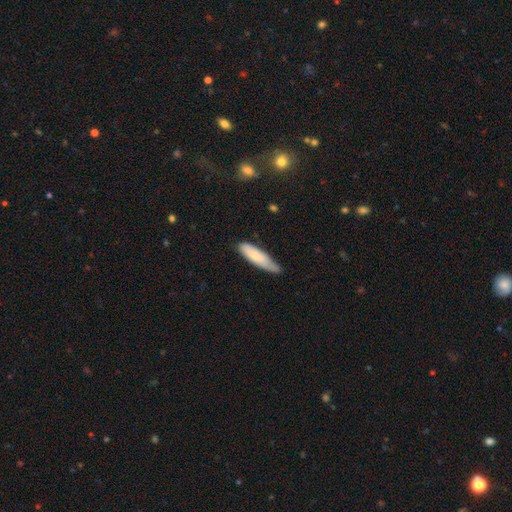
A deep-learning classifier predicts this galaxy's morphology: Smooth or featured? smooth (74%)
How rounded? cigar-shaped (63%)
Merging? none (57%)